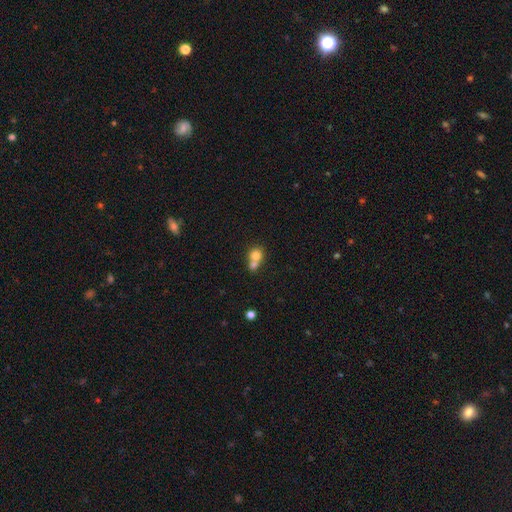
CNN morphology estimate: Smooth or featured: smooth — 76% (featured or disk — 14%)
How rounded: round — 81% (in between — 18%)
Merging: merger — 62% (none — 31%)